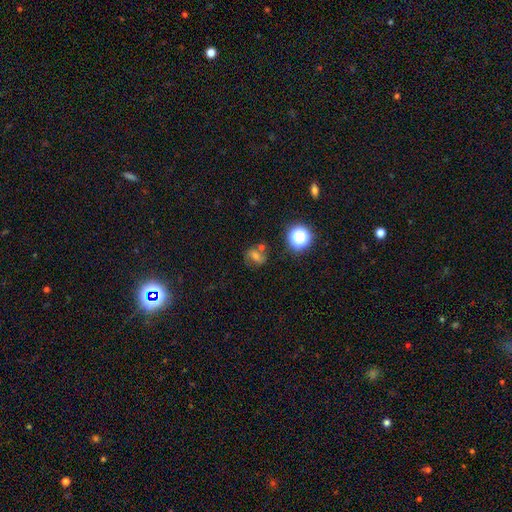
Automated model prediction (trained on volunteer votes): Overall: smooth (51%; star or artifact 25%). How rounded: round (50%; in between 47%). Merging: none (62%).